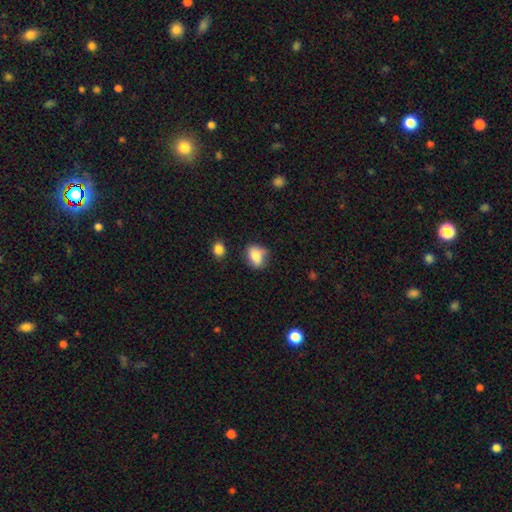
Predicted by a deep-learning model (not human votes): smooth-or-featured: smooth: 78% | featured or disk: 13% | star or artifact: 9%
  how-rounded: in between: 63% | round: 35% | cigar-shaped: 2%
  merging: none: 57% | minor disturbance: 30% | major disturbance: 8% | merger: 5%